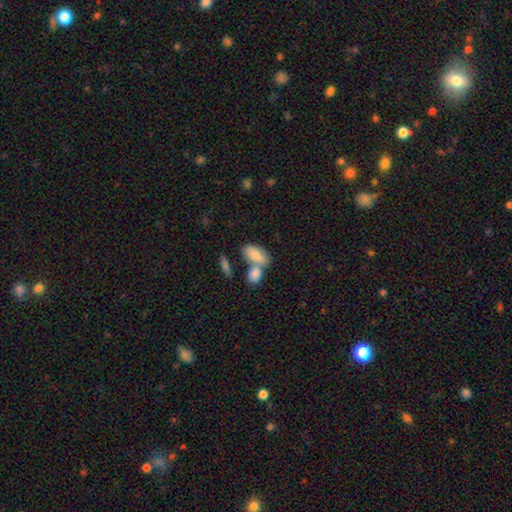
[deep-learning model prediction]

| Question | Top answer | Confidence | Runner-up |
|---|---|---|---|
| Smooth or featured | smooth | 80% | featured or disk (13%) |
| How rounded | in between | 88% | cigar-shaped (8%) |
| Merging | merger | 48% | none (38%) |